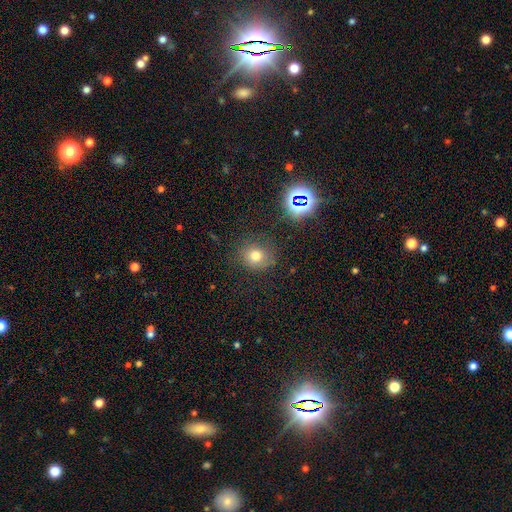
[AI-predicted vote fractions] smooth 72%, star or artifact 18%, featured or disk 10%. Down the decision tree: how rounded — round (81%); merging — none (80%).